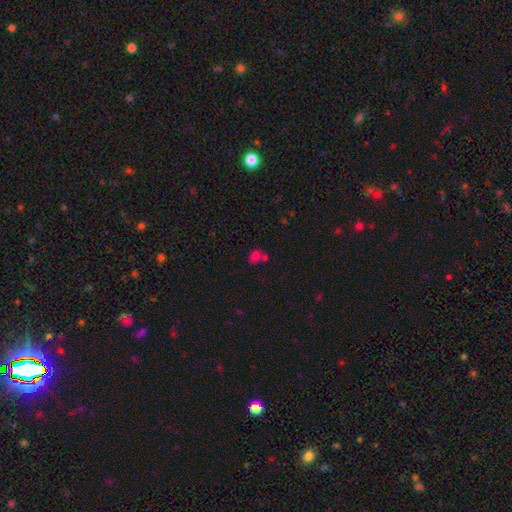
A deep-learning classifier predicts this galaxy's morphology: This is likely a smooth galaxy (69%). How rounded: possibly in between (52%). Merging: marginally merger (43%).